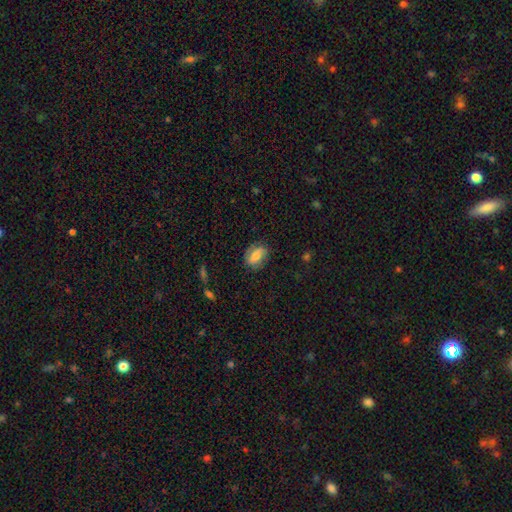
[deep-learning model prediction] Smooth or featured? smooth (64%)
How rounded? in between (80%)
Merging? none (73%)